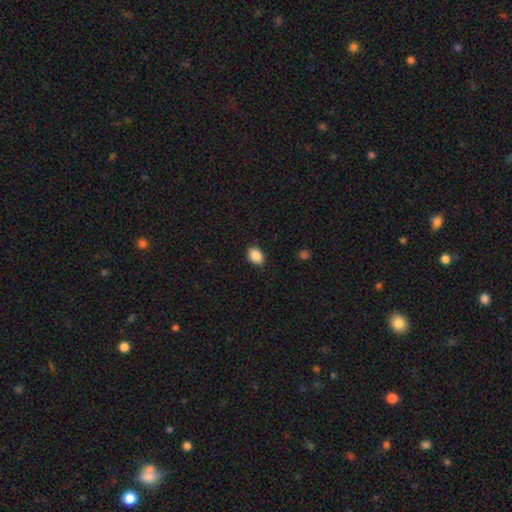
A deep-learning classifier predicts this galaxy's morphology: The model was most divided on "how rounded": in between: 75%, round: 24%, cigar-shaped: 1%. More confident: smooth or featured — smooth (88%); merging — none (88%).